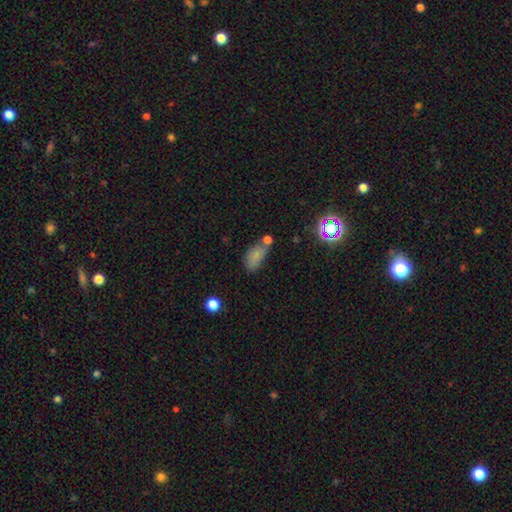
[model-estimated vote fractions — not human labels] smooth 73%, star or artifact 16%, featured or disk 11%. Down the decision tree: how rounded — in between (88%); merging — none (44%).